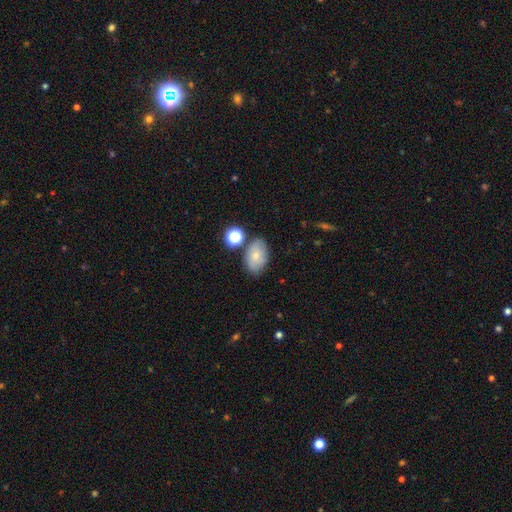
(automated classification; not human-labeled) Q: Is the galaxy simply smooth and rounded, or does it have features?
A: smooth — 68%.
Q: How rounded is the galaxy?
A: in between — 86%.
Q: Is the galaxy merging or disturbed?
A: none — 70%.